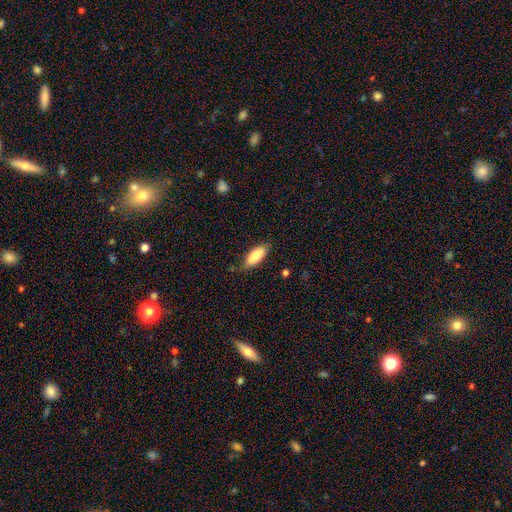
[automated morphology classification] A smooth galaxy with no disk features (82%) that is in between round and cigar-shaped (78%). Merging: none (80%).